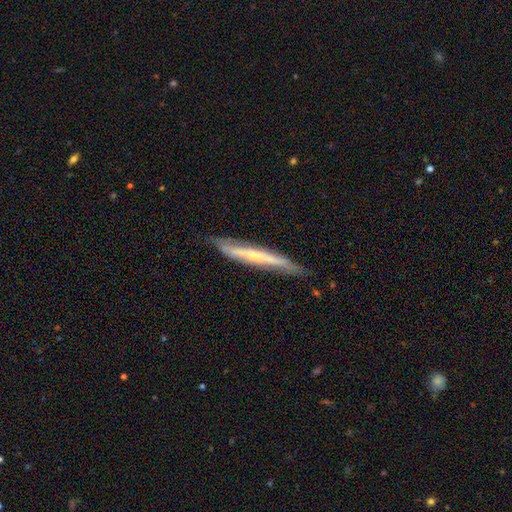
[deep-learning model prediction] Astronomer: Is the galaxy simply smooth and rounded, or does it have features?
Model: featured or disk — 63%.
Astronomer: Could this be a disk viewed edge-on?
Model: yes — 84%.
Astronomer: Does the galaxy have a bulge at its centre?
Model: none — 55% (runner-up: rounded, 38%).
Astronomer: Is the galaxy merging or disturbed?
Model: none — 76%.